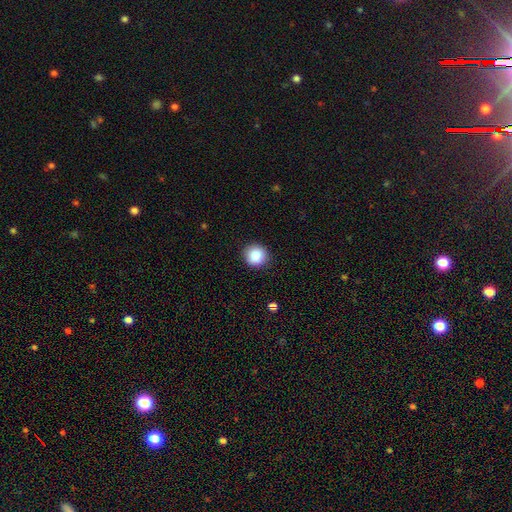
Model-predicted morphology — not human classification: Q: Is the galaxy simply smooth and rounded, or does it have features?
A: smooth — 87%.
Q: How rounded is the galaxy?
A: round — 94%.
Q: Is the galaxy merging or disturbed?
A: none — 91%.